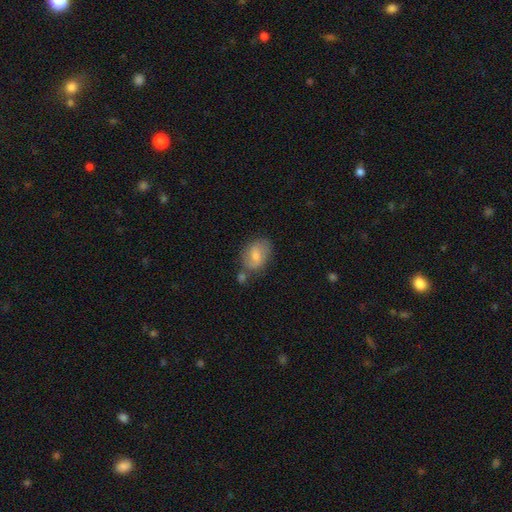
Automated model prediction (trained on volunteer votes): Q: Smooth or featured?
A: smooth (52%); runner-up: featured or disk (39%)
Q: How rounded?
A: in between (75%); runner-up: round (23%)
Q: Merging?
A: none (64%); runner-up: minor disturbance (19%)